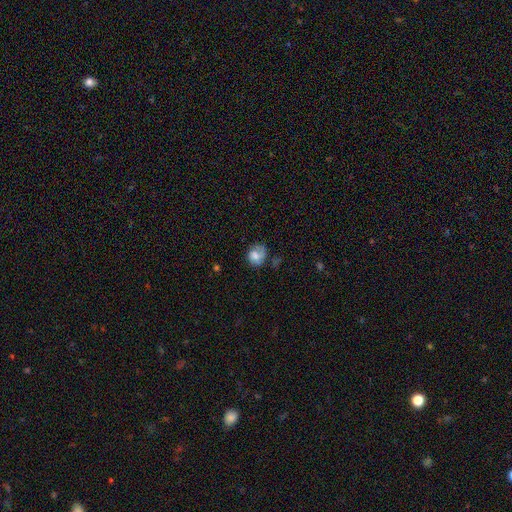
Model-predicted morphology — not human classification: smooth-or-featured: smooth: 68% | featured or disk: 23% | star or artifact: 9%
  how-rounded: round: 62% | in between: 37% | cigar-shaped: 1%
  merging: none: 46% | minor disturbance: 30% | major disturbance: 18% | merger: 6%